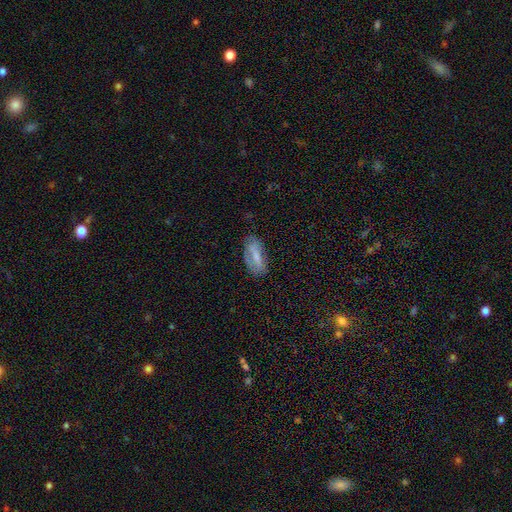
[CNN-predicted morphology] A smooth galaxy with no disk features (55%) that is in between round and cigar-shaped (81%). Merging: none (65%).